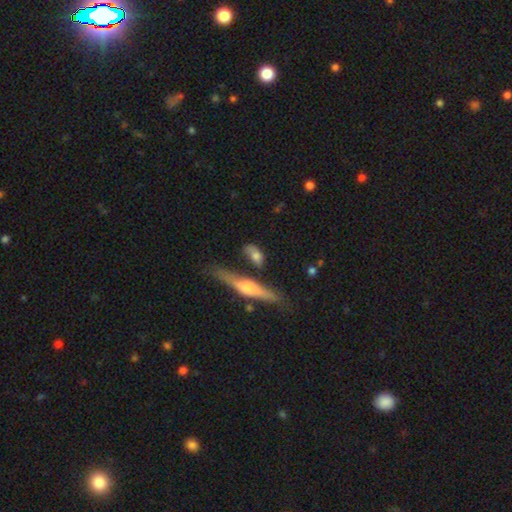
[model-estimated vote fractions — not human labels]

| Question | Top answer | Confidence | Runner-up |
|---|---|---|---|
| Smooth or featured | smooth | 60% | featured or disk (31%) |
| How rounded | in between | 68% | cigar-shaped (20%) |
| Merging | none | 55% | minor disturbance (22%) |